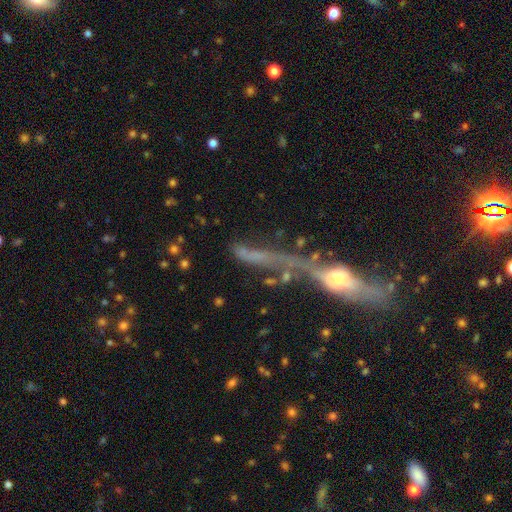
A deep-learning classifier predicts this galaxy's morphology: Smooth or featured? featured or disk (53%)
Edge-on disk? yes (69%)
Merging? none (37%)